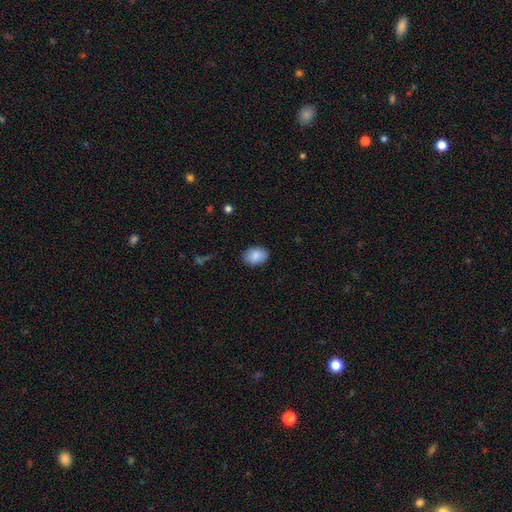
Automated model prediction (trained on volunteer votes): This is clearly a smooth galaxy (88%). How rounded: likely in between (79%). Merging: clearly none (87%).